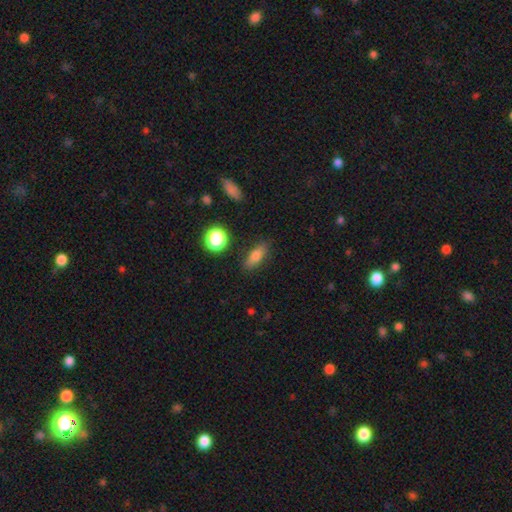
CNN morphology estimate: smooth-or-featured: smooth: 75% | featured or disk: 14% | star or artifact: 11%
  how-rounded: in between: 65% | cigar-shaped: 27% | round: 8%
  merging: none: 83% | minor disturbance: 12% | major disturbance: 3% | merger: 2%